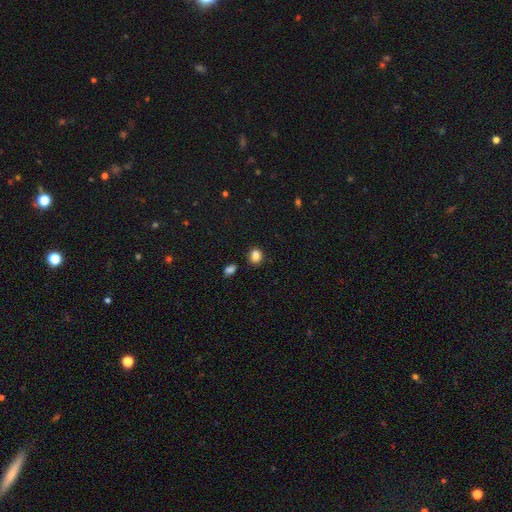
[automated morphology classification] Smooth or featured? smooth (84%)
How rounded? round (56%)
Merging? none (76%)